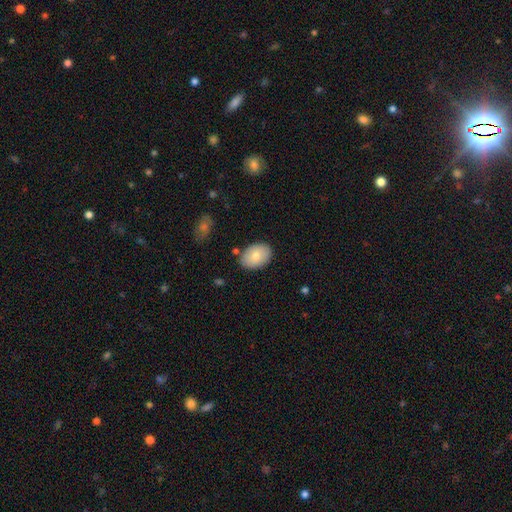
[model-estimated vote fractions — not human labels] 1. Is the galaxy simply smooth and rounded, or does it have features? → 79% smooth, 14% featured or disk, 6% star or artifact.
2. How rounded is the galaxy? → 83% in between, 16% round, 1% cigar-shaped.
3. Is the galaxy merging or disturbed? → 82% none, 12% minor disturbance, 3% merger, 2% major disturbance.